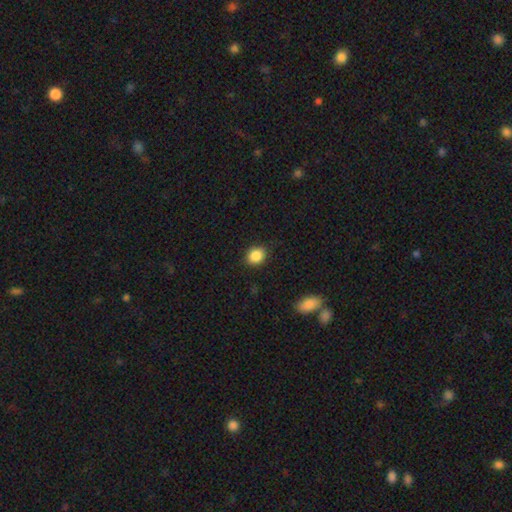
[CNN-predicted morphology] smooth 87%, star or artifact 9%, featured or disk 4%. Down the decision tree: how rounded — round (59%); merging — none (87%).